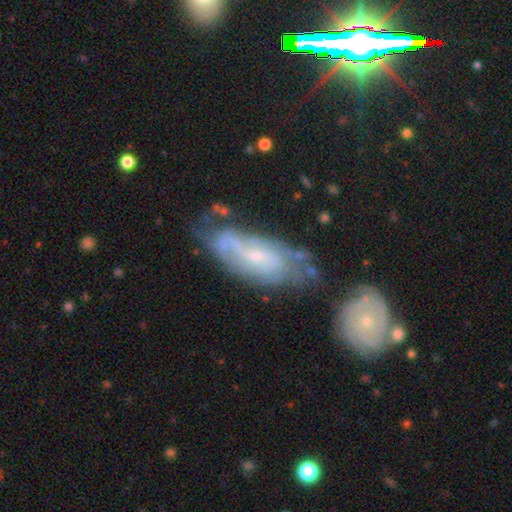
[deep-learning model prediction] The model was most divided on "bar": no: 49%, weak: 41%, strong: 10%. Remaining: edge-on disk — no (90%); spiral arms — yes (82%); smooth or featured — featured or disk (71%); bulge size — small (68%); spiral arm count — can't tell (52%); spiral winding — tight (50%); merging — none (44%).